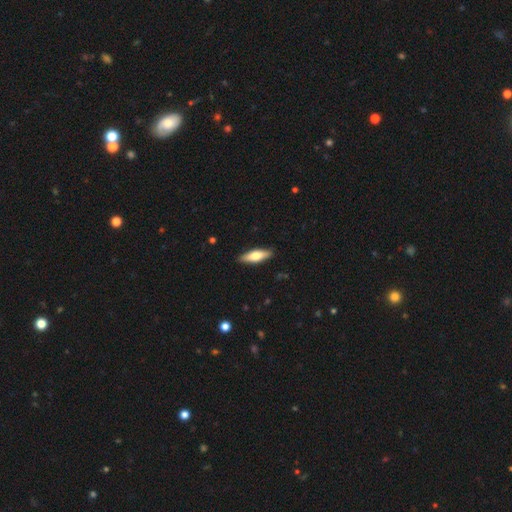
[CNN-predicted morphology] A smooth galaxy with no disk features (64%) that is in between round and cigar-shaped (51%). Merging: none (89%).